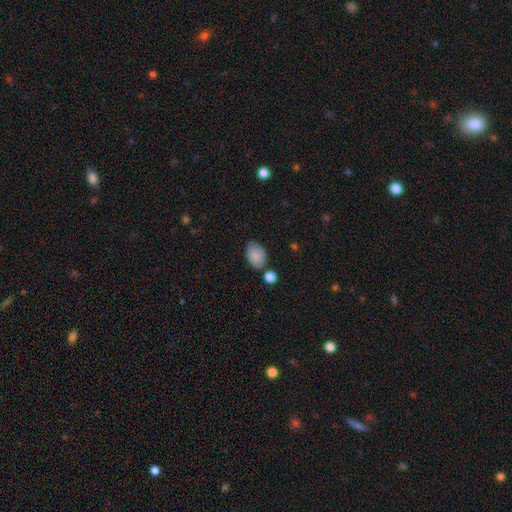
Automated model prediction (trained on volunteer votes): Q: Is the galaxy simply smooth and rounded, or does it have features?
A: smooth — 86%.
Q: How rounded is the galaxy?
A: in between — 83%.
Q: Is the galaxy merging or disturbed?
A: none — 70%.